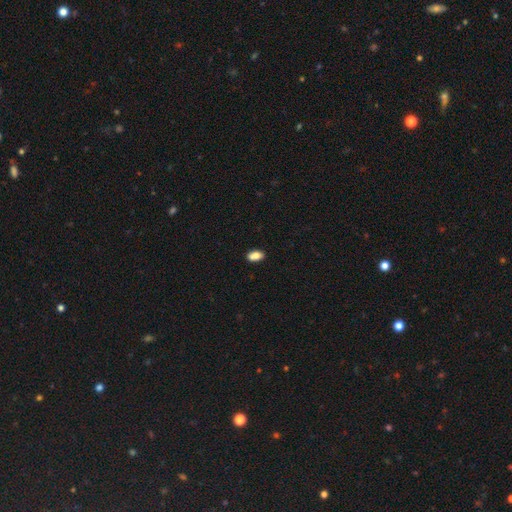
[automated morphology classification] Q: Smooth or featured?
A: smooth (86%); runner-up: star or artifact (9%)
Q: How rounded?
A: in between (91%); runner-up: round (5%)
Q: Merging?
A: none (85%); runner-up: minor disturbance (11%)